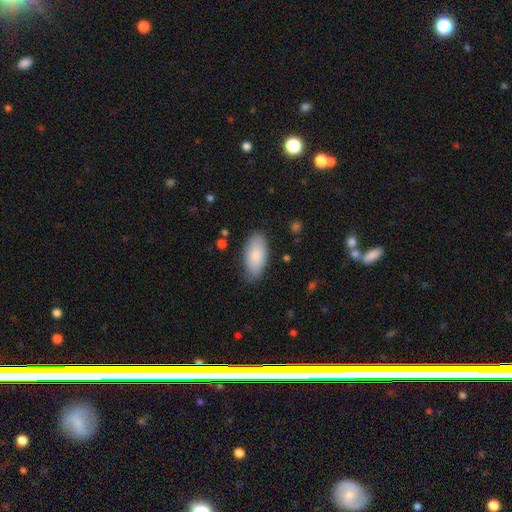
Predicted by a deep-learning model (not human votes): Smooth or featured? Predicted: smooth (p=0.84). How rounded? Predicted: in between (p=0.94). Merging? Predicted: none (p=0.78).